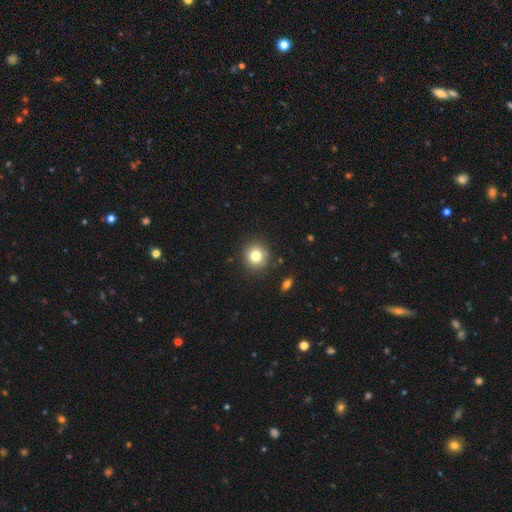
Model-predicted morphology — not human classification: The model was most divided on "smooth or featured": smooth: 79%, star or artifact: 12%, featured or disk: 9%. More confident: how rounded — round (90%); merging — none (87%).